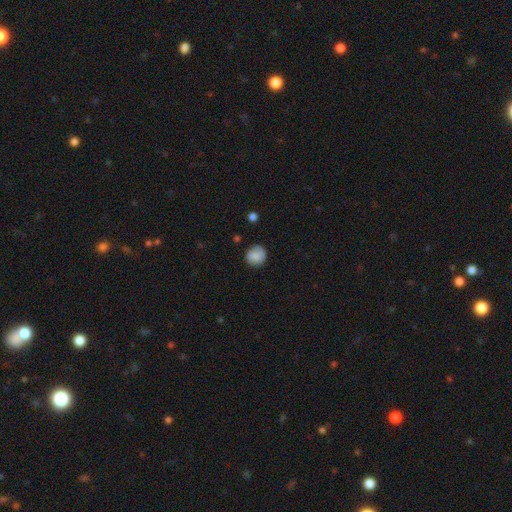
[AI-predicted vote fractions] Smooth or featured? smooth (85%)
How rounded? round (90%)
Merging? none (83%)